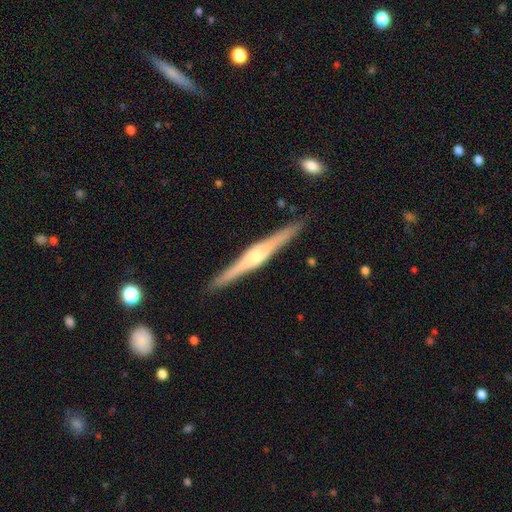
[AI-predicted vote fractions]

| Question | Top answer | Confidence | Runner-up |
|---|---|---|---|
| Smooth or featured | featured or disk | 78% | smooth (18%) |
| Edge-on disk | yes | 98% | no (2%) |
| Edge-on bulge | rounded | 72% | boxy (21%) |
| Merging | none | 90% | minor disturbance (7%) |